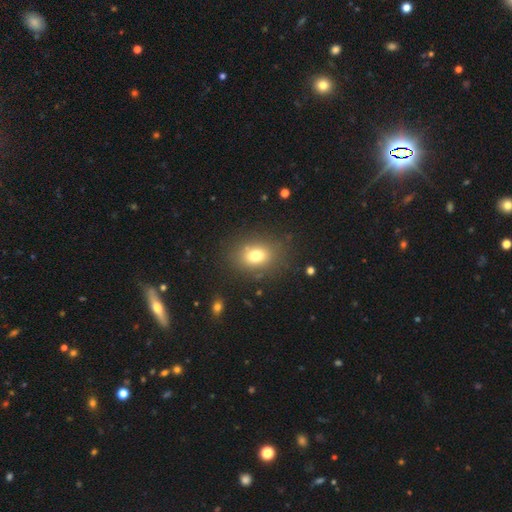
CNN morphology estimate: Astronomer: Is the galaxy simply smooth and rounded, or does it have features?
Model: smooth — 75%.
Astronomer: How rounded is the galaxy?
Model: in between — 60% (runner-up: round, 39%).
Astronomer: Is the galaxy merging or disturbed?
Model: none — 81%.